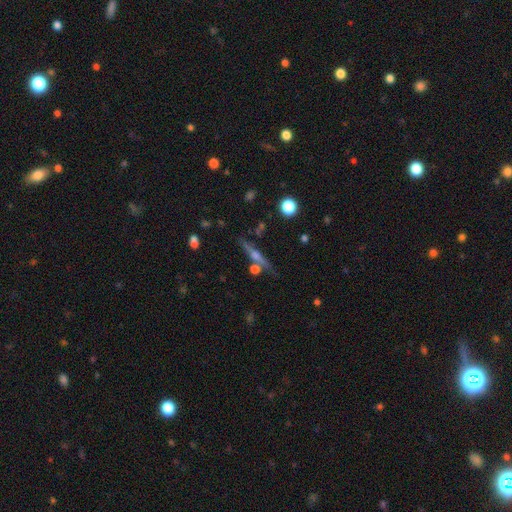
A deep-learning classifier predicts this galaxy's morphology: This appears to be a featured or disk galaxy (71%) viewed edge-on (95%) with a rounded central bulge (85%). Merging: none (74%).